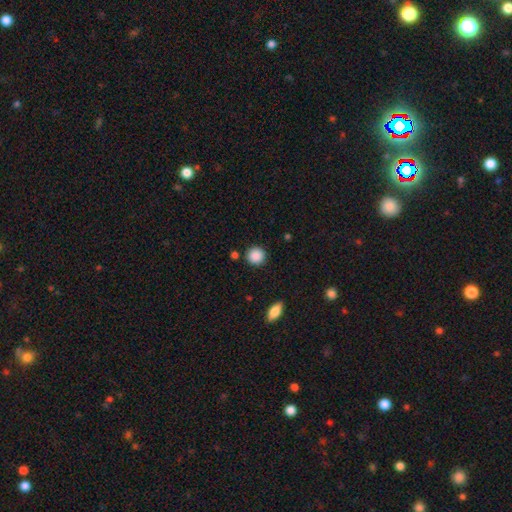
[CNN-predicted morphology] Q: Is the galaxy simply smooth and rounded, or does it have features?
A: smooth — 89%.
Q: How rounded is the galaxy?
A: round — 92%.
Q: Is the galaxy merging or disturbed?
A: none — 88%.